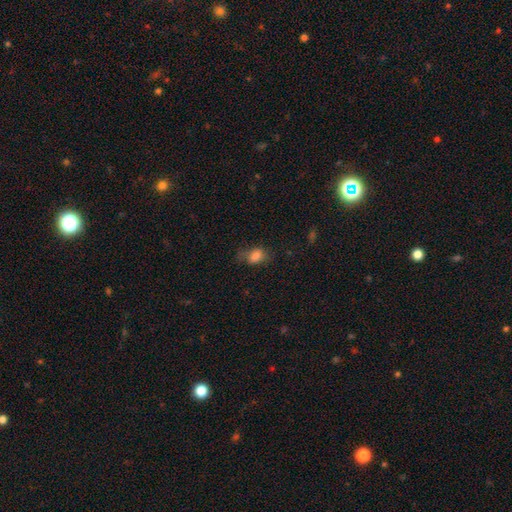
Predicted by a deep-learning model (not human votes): A smooth galaxy with no disk features (79%) that is in between round and cigar-shaped (80%).

Vote fractions:
- Smooth or featured? smooth: 79% / star or artifact: 11% / featured or disk: 10%
- How rounded? in between: 80% / round: 17% / cigar-shaped: 2%
- Merging? none: 53% / minor disturbance: 29% / major disturbance: 16% / merger: 2%